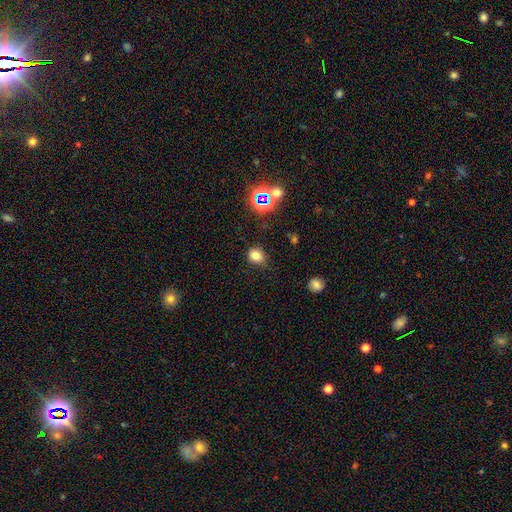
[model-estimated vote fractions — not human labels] The model was most divided on "how rounded": round: 56%, in between: 43%, cigar-shaped: 1%. More confident: merging — none (79%); smooth or featured — smooth (75%).